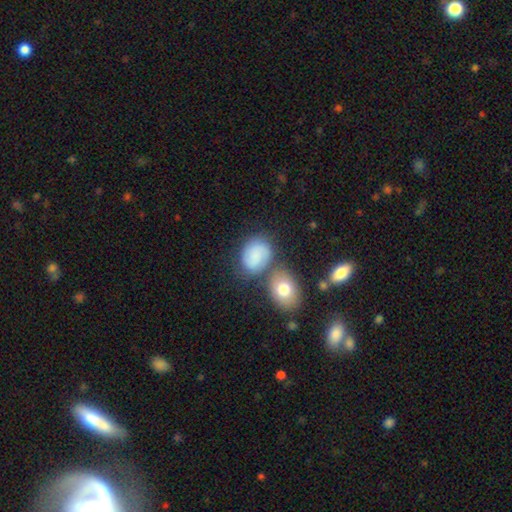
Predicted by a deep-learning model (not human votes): Q: Smooth or featured?
A: smooth (70%); runner-up: featured or disk (21%)
Q: How rounded?
A: in between (66%); runner-up: round (33%)
Q: Merging?
A: none (54%); runner-up: minor disturbance (21%)